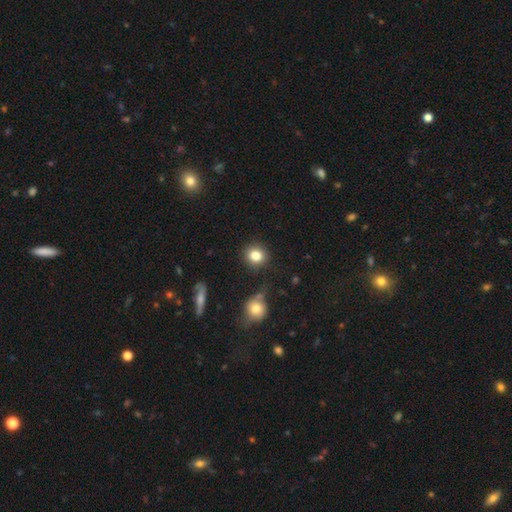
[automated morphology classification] Smooth or featured? smooth (83%)
How rounded? round (85%)
Merging? none (85%)